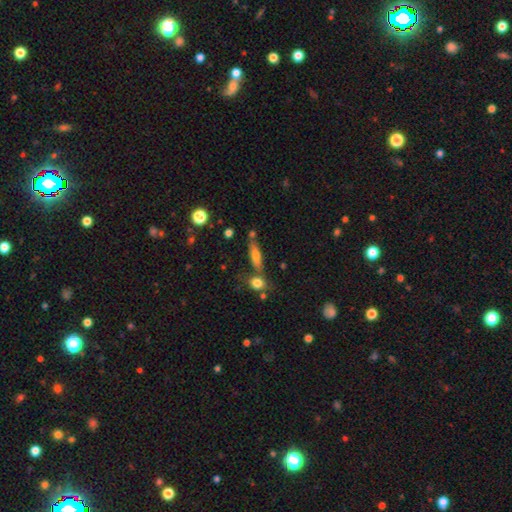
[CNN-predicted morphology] Smooth or featured: smooth — 61% (featured or disk — 30%)
How rounded: cigar-shaped — 63% (in between — 33%)
Merging: none — 62% (merger — 18%)